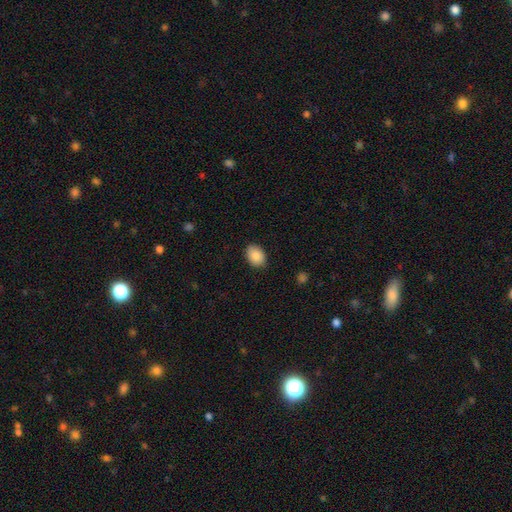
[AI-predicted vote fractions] Smooth or featured? smooth (89%)
How rounded? in between (75%)
Merging? none (87%)